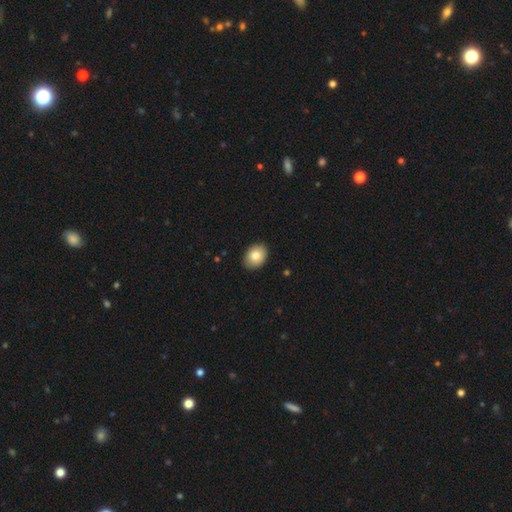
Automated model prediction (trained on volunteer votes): Smooth or featured?
  - smooth: 84% *
  - featured or disk: 8%
  - star or artifact: 7%
How rounded?
  - in between: 70% *
  - round: 29%
  - cigar-shaped: 1%
Merging?
  - none: 88% *
  - minor disturbance: 9%
  - major disturbance: 2%
  - merger: 1%